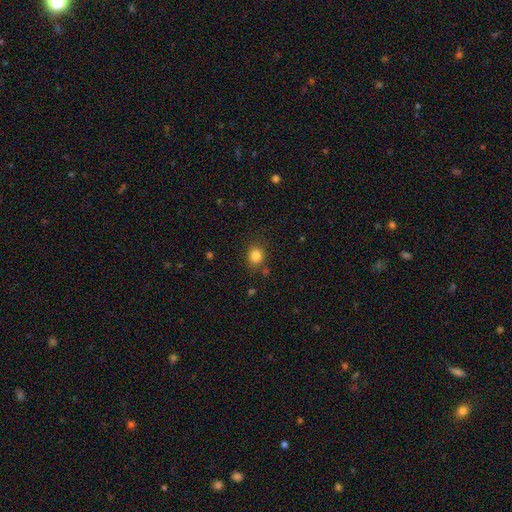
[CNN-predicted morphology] smooth_or_featured: smooth (p=0.84) [alt: star or artifact p=0.11]
how_rounded: round (p=0.74) [alt: in between p=0.25]
merging: none (p=0.82) [alt: minor disturbance p=0.11]